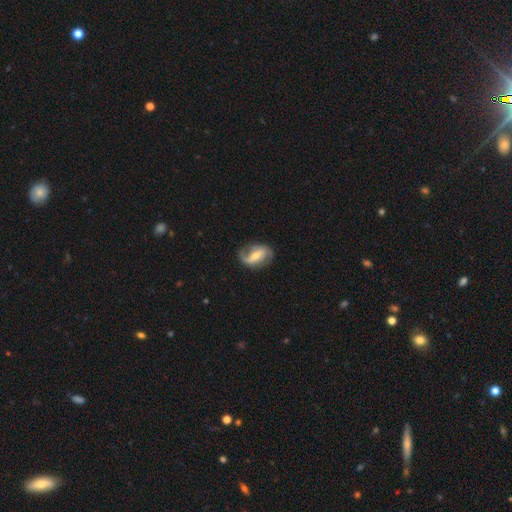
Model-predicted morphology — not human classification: This is likely a featured or disk galaxy (77%). It is clearly not viewed edge-on (95%). Bar: possibly strong (50%). Spiral arm pattern: clearly yes (89%). Spiral arm count: clearly 2 (83%). Spiral winding: possibly loose (49%). Central bulge: possibly moderate (46%). Merging: likely none (73%).